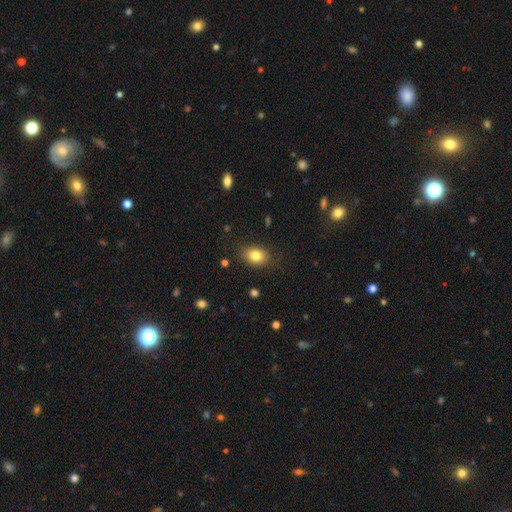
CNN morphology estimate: A smooth galaxy with no disk features (82%) that is in between round and cigar-shaped (67%).

Vote fractions:
- Smooth or featured? smooth: 82% / star or artifact: 10% / featured or disk: 9%
- How rounded? in between: 67% / round: 32% / cigar-shaped: 1%
- Merging? none: 85% / minor disturbance: 11% / major disturbance: 3% / merger: 1%